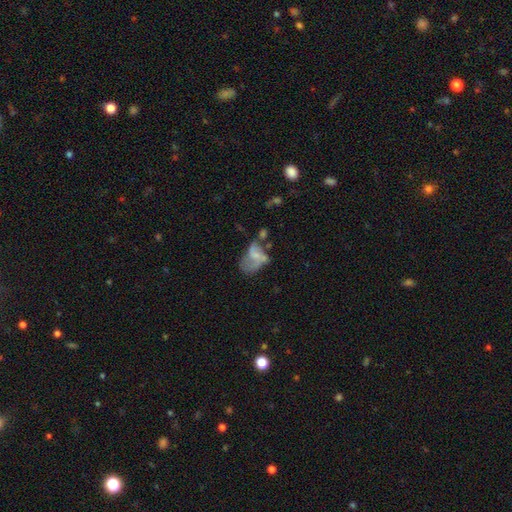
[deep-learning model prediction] Q: Smooth or featured?
A: featured or disk (48%); runner-up: smooth (40%)
Q: Merging?
A: major disturbance (41%); runner-up: none (21%)